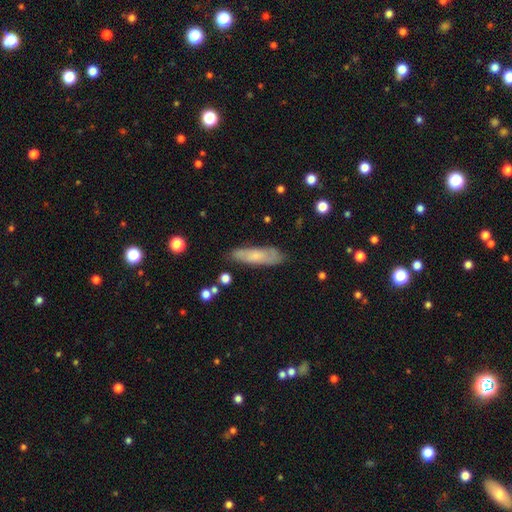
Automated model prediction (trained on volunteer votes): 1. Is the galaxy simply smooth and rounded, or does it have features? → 59% smooth, 34% featured or disk, 7% star or artifact.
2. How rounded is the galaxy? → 63% cigar-shaped, 35% in between, 2% round.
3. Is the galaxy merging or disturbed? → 78% none, 17% minor disturbance, 4% major disturbance, 2% merger.